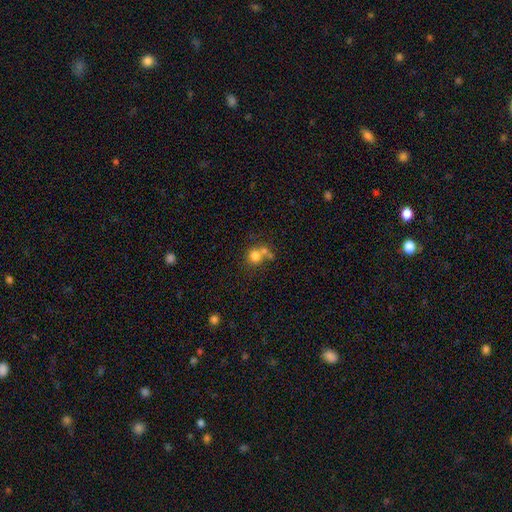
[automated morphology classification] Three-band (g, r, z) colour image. It shows a smooth galaxy with no disk features (77%) that is round (85%). Merging: none (47%).